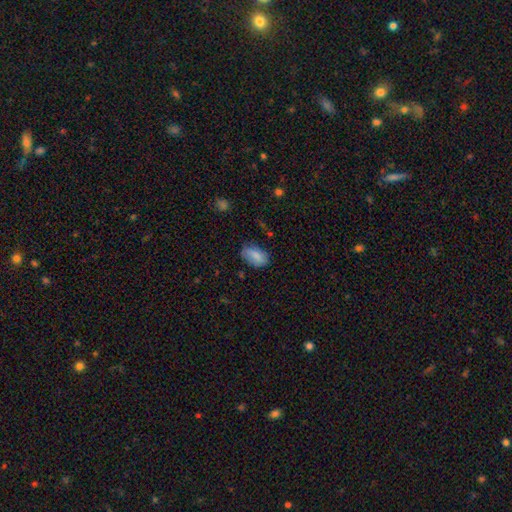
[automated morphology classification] Q: Smooth or featured?
A: smooth (85%); runner-up: featured or disk (8%)
Q: How rounded?
A: in between (92%); runner-up: round (5%)
Q: Merging?
A: none (72%); runner-up: minor disturbance (22%)